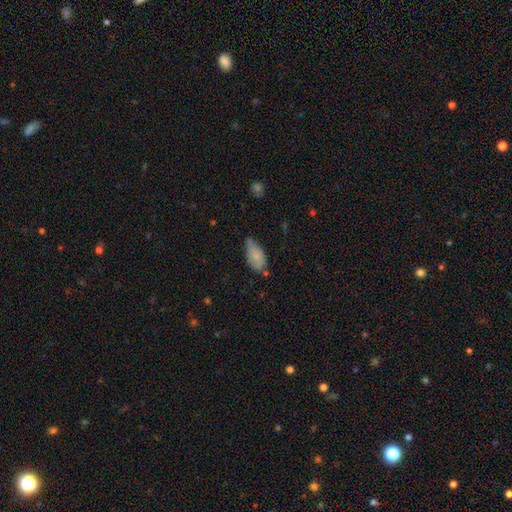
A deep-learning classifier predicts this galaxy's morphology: type=smooth (78%); roundness=in between (92%); merging=none (44%).